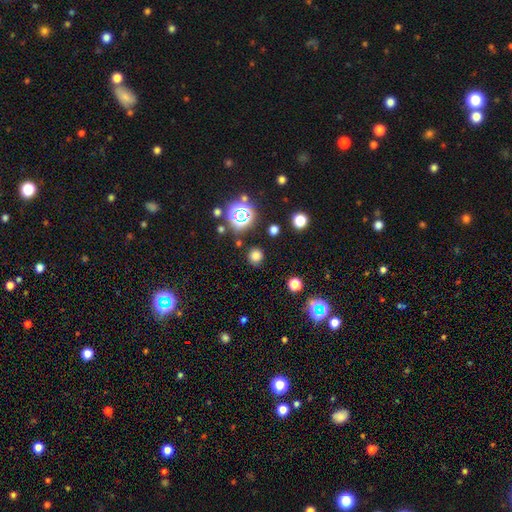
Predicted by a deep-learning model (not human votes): A smooth galaxy with no disk features (72%) that is round (90%). Merging: none (87%).